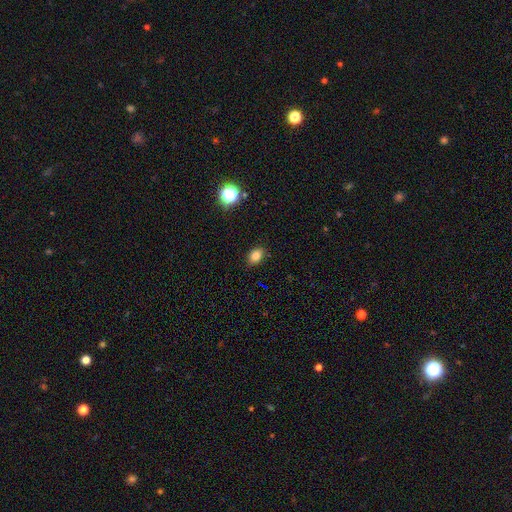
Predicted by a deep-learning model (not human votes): Smooth or featured? smooth (81%)
How rounded? in between (75%)
Merging? none (88%)